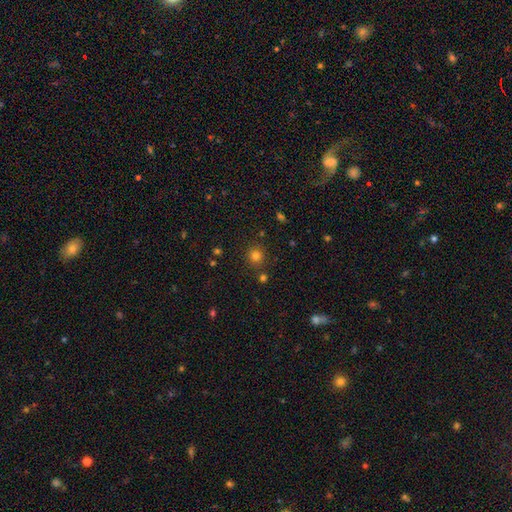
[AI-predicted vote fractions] Morphology: type=smooth (77%); roundness=round (92%); merging=none (85%).